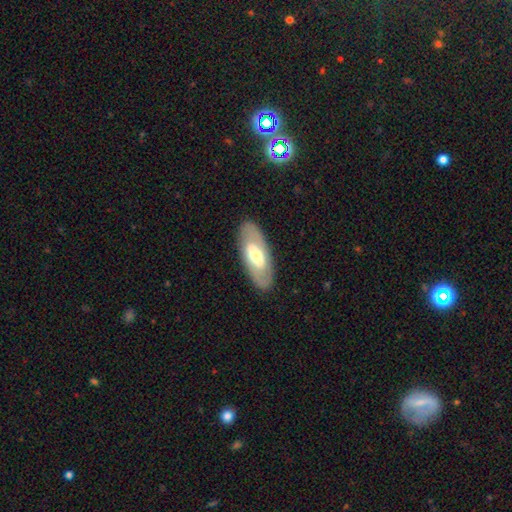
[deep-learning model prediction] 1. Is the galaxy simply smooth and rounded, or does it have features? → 54% featured or disk, 40% smooth, 6% star or artifact.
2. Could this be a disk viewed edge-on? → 83% no, 17% yes.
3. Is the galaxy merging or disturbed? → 86% none, 9% minor disturbance, 3% major disturbance, 1% merger.